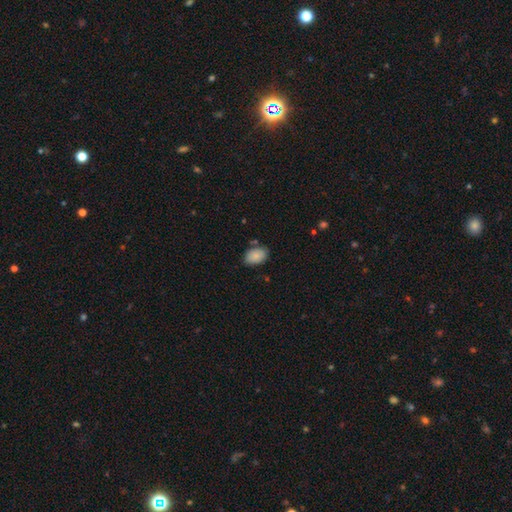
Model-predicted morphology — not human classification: This is clearly a smooth galaxy (85%). How rounded: clearly in between (89%). Merging: likely none (75%).